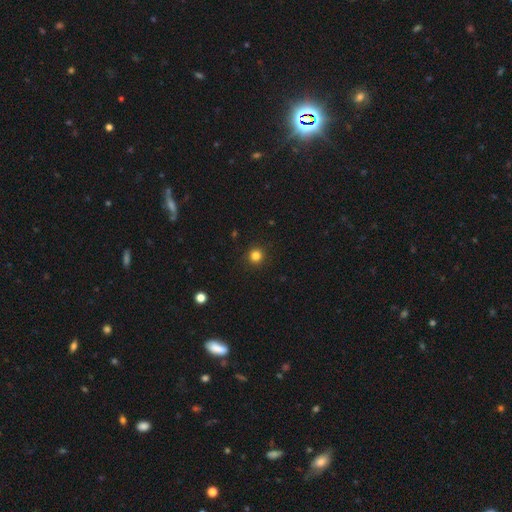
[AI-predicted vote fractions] Smooth or featured? Predicted: smooth (p=0.83). How rounded? Predicted: round (p=0.95). Merging? Predicted: none (p=0.92).